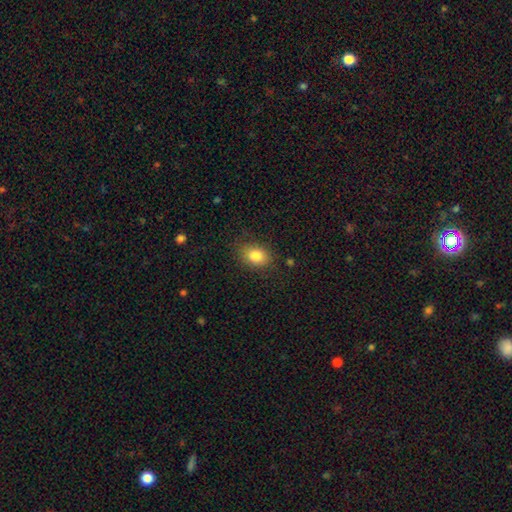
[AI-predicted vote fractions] The model was most divided on "how rounded": in between: 71%, round: 28%, cigar-shaped: 1%. More confident: smooth or featured — smooth (84%); merging — none (81%).